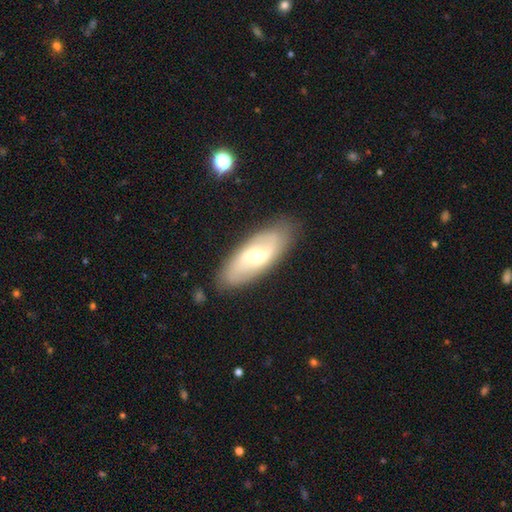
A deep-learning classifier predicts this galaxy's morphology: The model was most divided on "bulge size": moderate: 54%, small: 41%, large: 4%, none: 1%, dominant: 1%. Remaining: edge-on disk — no (88%); merging — none (84%); spiral arms — yes (78%); smooth or featured — featured or disk (66%); bar — weak (49%).